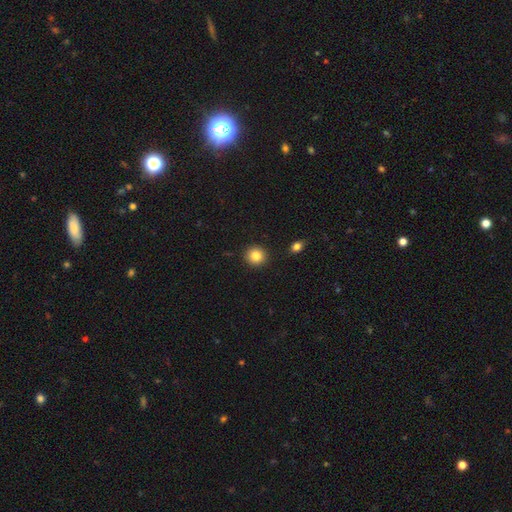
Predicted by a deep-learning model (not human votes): The model was most divided on "smooth or featured": smooth: 84%, star or artifact: 10%, featured or disk: 6%. More confident: how rounded — round (92%); merging — none (91%).